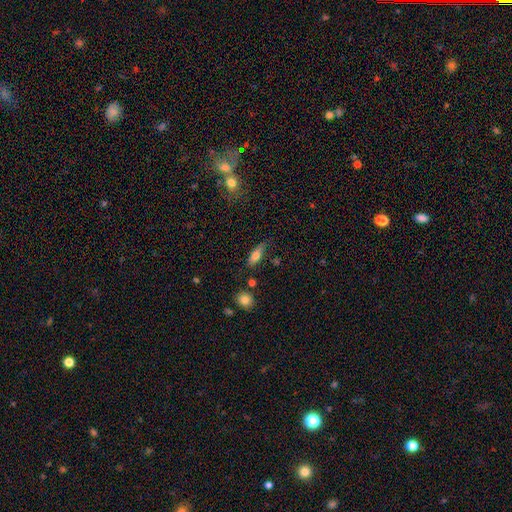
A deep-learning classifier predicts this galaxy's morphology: A smooth galaxy with no disk features (71%) that is in between round and cigar-shaped (60%). Merging: none (69%).